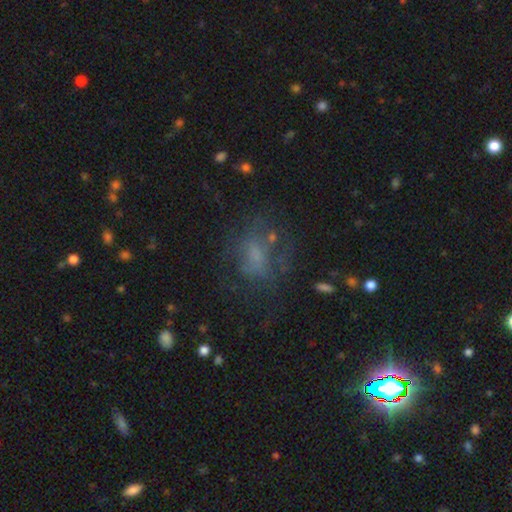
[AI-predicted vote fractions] smooth_or_featured: smooth (p=0.48) [alt: featured or disk p=0.33]
merging: none (p=0.50) [alt: major disturbance p=0.25]